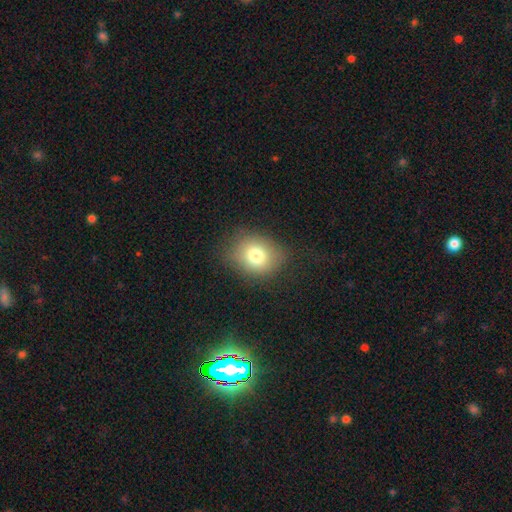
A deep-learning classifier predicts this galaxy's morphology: Smooth or featured: smooth — 77% (star or artifact — 12%)
How rounded: round — 54% (in between — 45%)
Merging: none — 79% (minor disturbance — 15%)